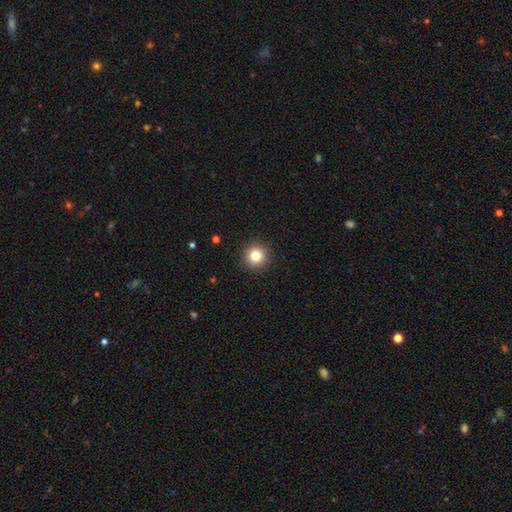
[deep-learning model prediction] Smooth or featured? Predicted: smooth (p=0.82). How rounded? Predicted: round (p=0.95). Merging? Predicted: none (p=0.92).